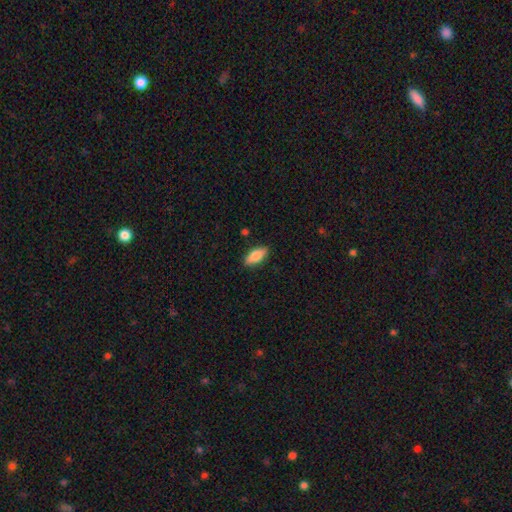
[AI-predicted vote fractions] Q: Smooth or featured?
A: smooth (81%); runner-up: featured or disk (13%)
Q: How rounded?
A: in between (79%); runner-up: cigar-shaped (19%)
Q: Merging?
A: none (87%); runner-up: minor disturbance (10%)